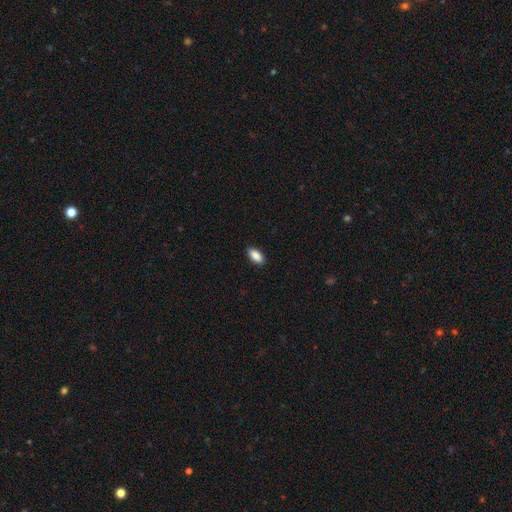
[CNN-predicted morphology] A smooth galaxy with no disk features (90%) that is in between round and cigar-shaped (92%). Merging: none (89%).